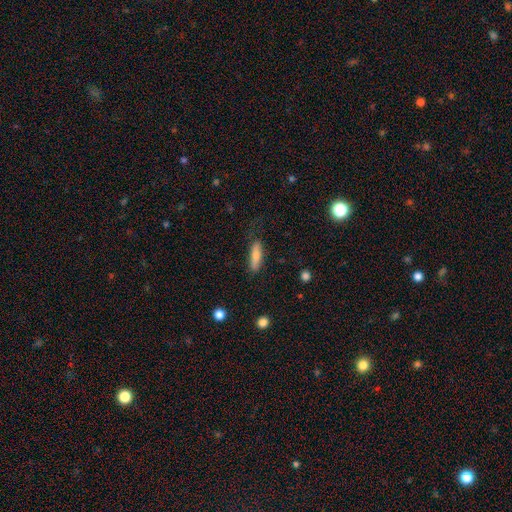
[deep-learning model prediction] Smooth or featured: smooth — 76% (featured or disk — 17%)
How rounded: cigar-shaped — 63% (in between — 35%)
Merging: none — 77% (minor disturbance — 16%)